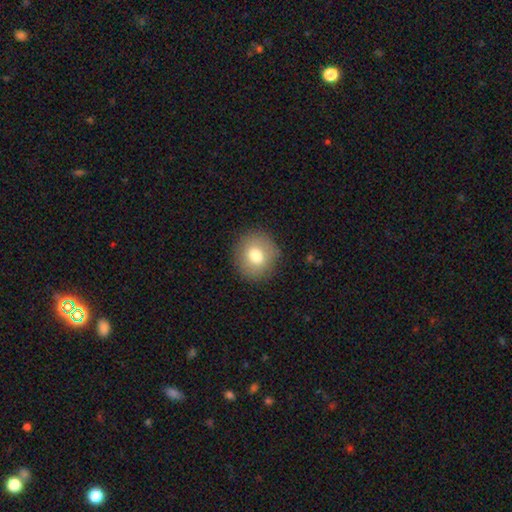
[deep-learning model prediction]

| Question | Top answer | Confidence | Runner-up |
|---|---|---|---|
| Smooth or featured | smooth | 75% | featured or disk (16%) |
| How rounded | round | 86% | in between (13%) |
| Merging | none | 87% | minor disturbance (9%) |